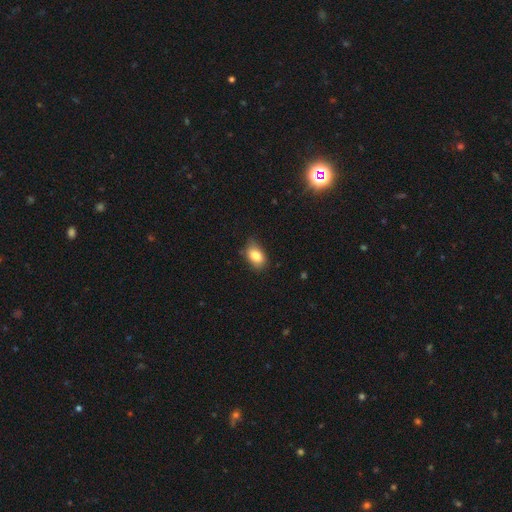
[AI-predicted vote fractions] A smooth galaxy with no disk features (83%) that is in between round and cigar-shaped (83%). Merging: none (71%).